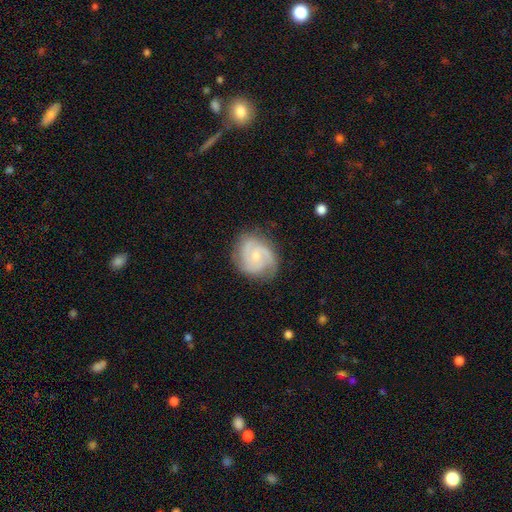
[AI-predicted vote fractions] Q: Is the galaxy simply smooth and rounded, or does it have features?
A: featured or disk — 81%.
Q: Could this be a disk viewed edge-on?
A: no — 98%.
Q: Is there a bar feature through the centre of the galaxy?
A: no — 63%.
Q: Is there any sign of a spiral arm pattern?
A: yes — 96%.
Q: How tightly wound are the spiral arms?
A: tight — 45%, tied with medium.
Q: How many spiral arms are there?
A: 2 — 49%.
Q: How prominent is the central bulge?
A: small — 55%.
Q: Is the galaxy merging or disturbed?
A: none — 75%.